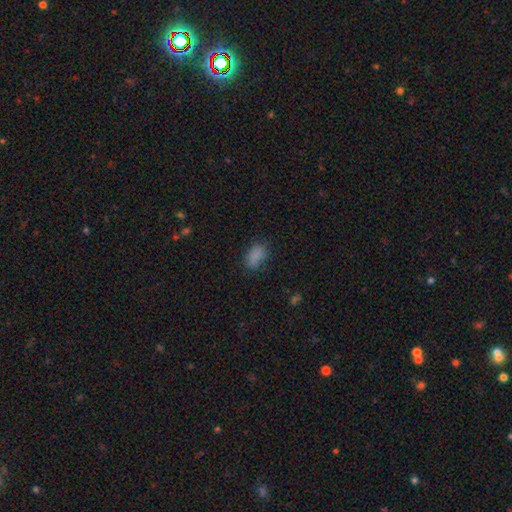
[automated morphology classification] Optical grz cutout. It shows a smooth galaxy with no disk features (82%) that is in between round and cigar-shaped (87%). Merging: none (67%).